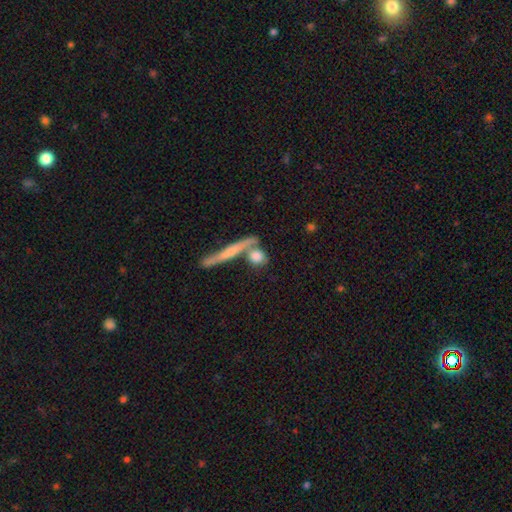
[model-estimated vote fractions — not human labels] Q: Smooth or featured?
A: smooth (69%); runner-up: featured or disk (23%)
Q: How rounded?
A: round (52%); runner-up: cigar-shaped (27%)
Q: Merging?
A: none (58%); runner-up: merger (25%)